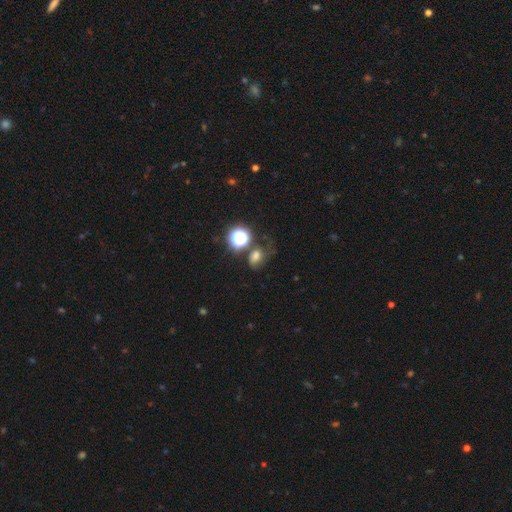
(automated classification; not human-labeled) This appears to be a smooth galaxy with no disk features (63%) that is in between round and cigar-shaped (57%). Merging: none (43%).